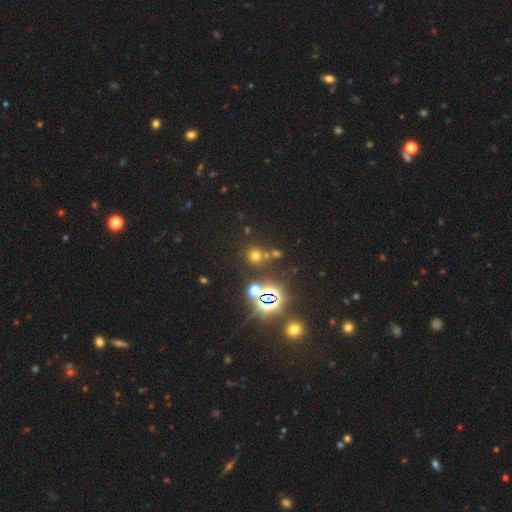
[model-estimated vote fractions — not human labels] smooth_or_featured: smooth (p=0.54) [alt: star or artifact p=0.38]
how_rounded: round (p=0.90) [alt: in between p=0.09]
merging: none (p=0.70) [alt: merger p=0.17]